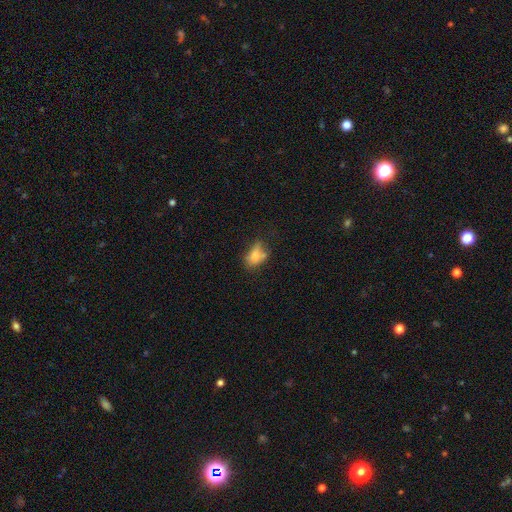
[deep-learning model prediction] Overall: smooth (66%). How rounded: in between (76%). Merging: none (35%; minor disturbance 29%).